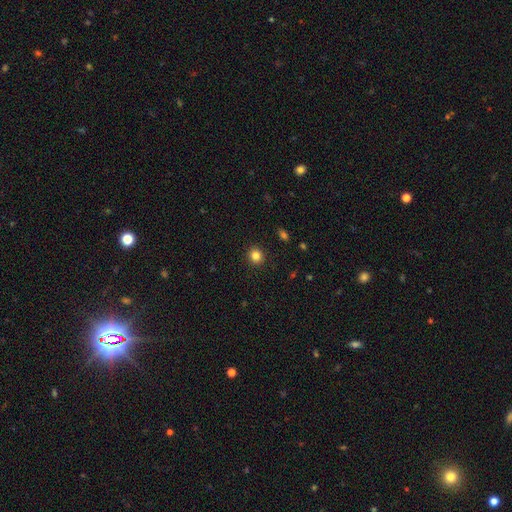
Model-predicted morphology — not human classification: A smooth galaxy with no disk features (83%) that is round (86%). Merging: none (92%).